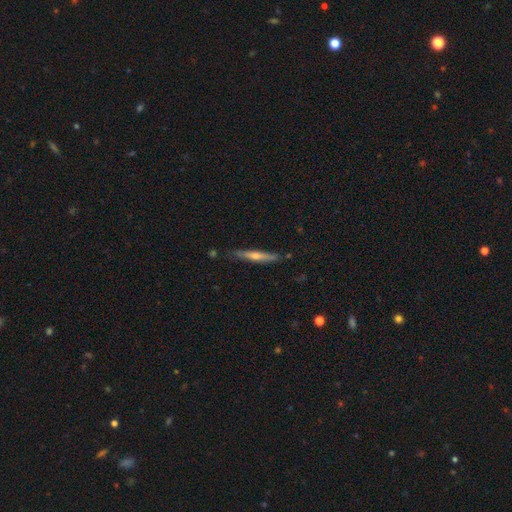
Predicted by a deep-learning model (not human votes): Smooth or featured? featured or disk (66%)
Edge-on disk? yes (96%)
Edge-on bulge? rounded (81%)
Merging? none (85%)